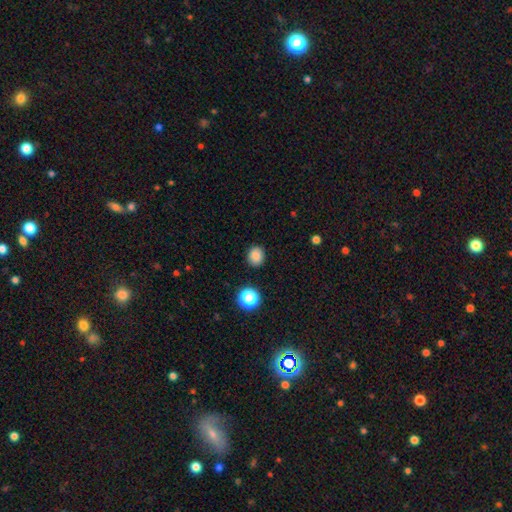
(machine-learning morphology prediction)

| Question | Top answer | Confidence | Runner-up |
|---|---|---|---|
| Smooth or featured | smooth | 84% | star or artifact (12%) |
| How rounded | round | 73% | in between (26%) |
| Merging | none | 89% | minor disturbance (7%) |